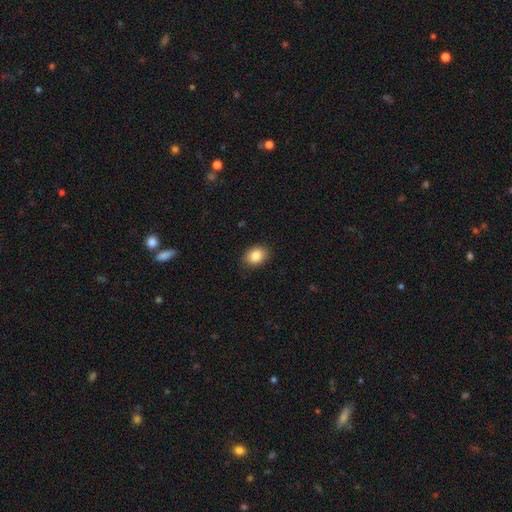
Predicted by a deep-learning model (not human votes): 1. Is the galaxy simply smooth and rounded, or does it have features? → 85% smooth, 9% star or artifact, 6% featured or disk.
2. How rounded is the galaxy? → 67% in between, 32% round, 1% cigar-shaped.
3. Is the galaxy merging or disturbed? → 87% none, 10% minor disturbance, 2% major disturbance, 1% merger.